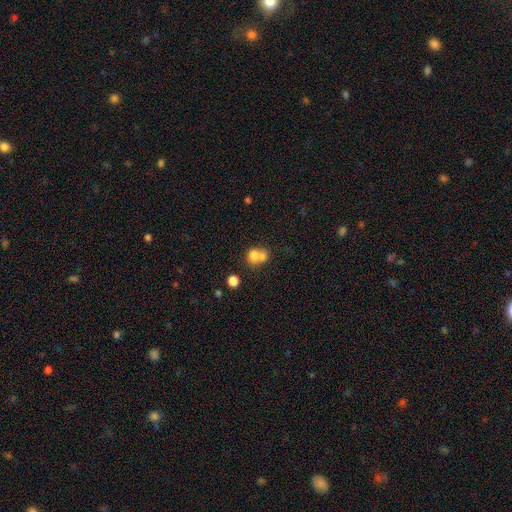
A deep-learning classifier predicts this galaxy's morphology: The model was most divided on "how rounded": round: 66%, in between: 33%, cigar-shaped: 1%. More confident: smooth or featured — smooth (74%); merging — merger (62%).